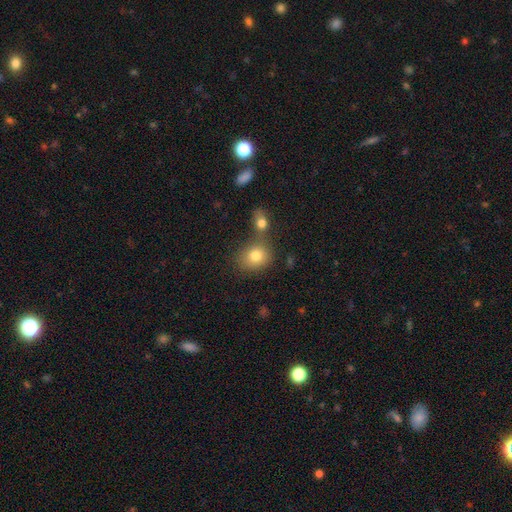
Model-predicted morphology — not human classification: smooth-or-featured: smooth: 79% | star or artifact: 11% | featured or disk: 9%
  how-rounded: round: 62% | in between: 37% | cigar-shaped: 1%
  merging: none: 51% | merger: 34% | minor disturbance: 11% | major disturbance: 4%